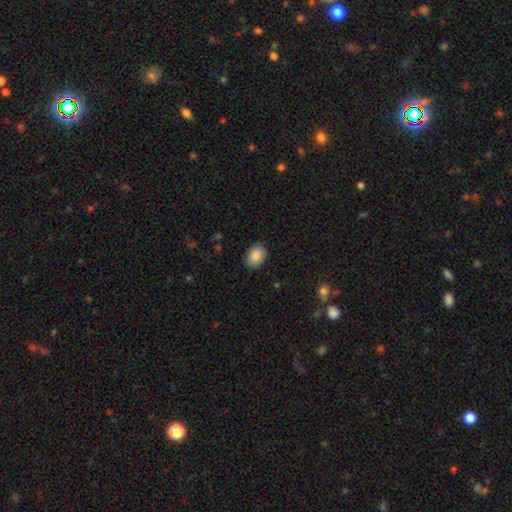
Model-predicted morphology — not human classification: Smooth or featured? smooth (89%)
How rounded? in between (74%)
Merging? none (89%)